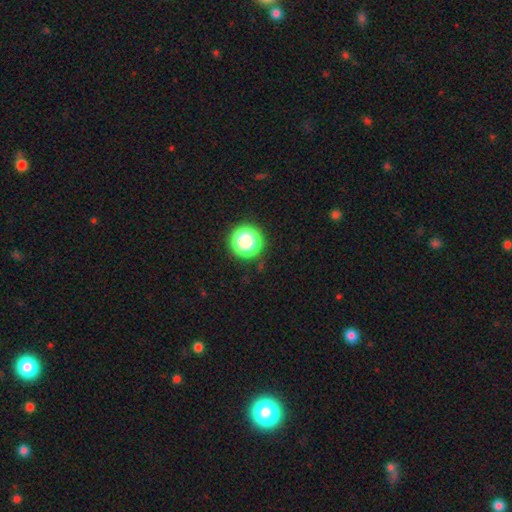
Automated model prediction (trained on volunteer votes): A star or artifact, not a galaxy (63%).